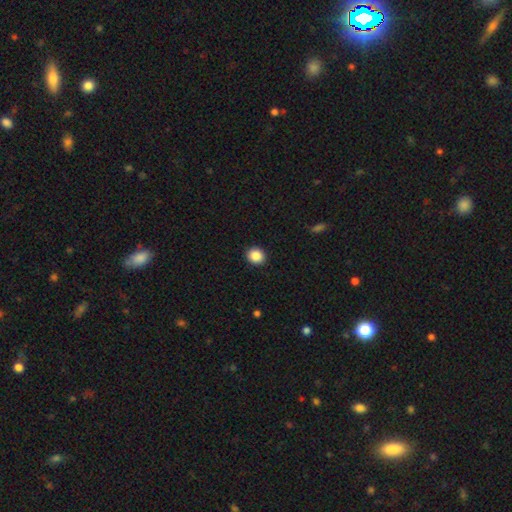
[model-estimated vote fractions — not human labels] smooth_or_featured: smooth (p=0.87) [alt: star or artifact p=0.09]
how_rounded: round (p=0.83) [alt: in between p=0.16]
merging: none (p=0.92) [alt: minor disturbance p=0.05]